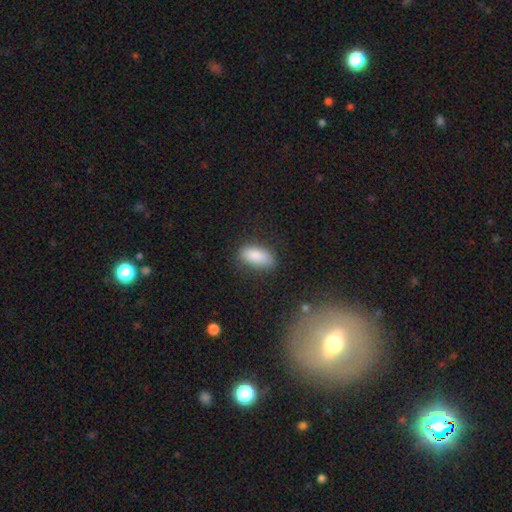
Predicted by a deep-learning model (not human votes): Smooth or featured?
  - smooth: 86% *
  - star or artifact: 7%
  - featured or disk: 6%
How rounded?
  - in between: 88% *
  - cigar-shaped: 8%
  - round: 3%
Merging?
  - none: 78% *
  - minor disturbance: 16%
  - major disturbance: 5%
  - merger: 2%